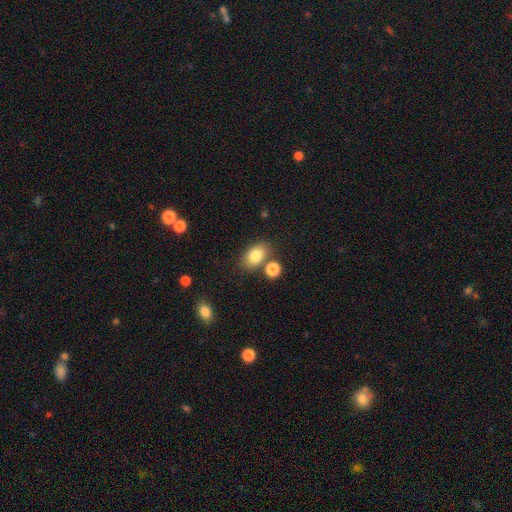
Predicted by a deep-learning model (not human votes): This is clearly a smooth galaxy (81%). How rounded: clearly in between (82%). Merging: likely none (73%).